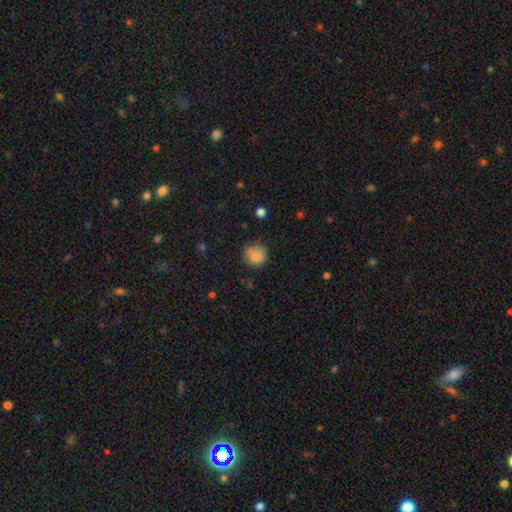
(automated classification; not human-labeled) Q: Smooth or featured?
A: smooth (80%); runner-up: featured or disk (10%)
Q: How rounded?
A: round (87%); runner-up: in between (12%)
Q: Merging?
A: none (68%); runner-up: minor disturbance (19%)